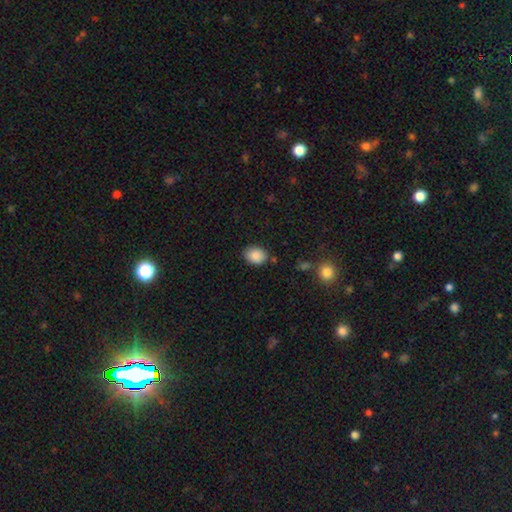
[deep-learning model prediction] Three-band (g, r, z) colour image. It shows a smooth galaxy with no disk features (88%) that is in between round and cigar-shaped (61%). Merging: none (81%).